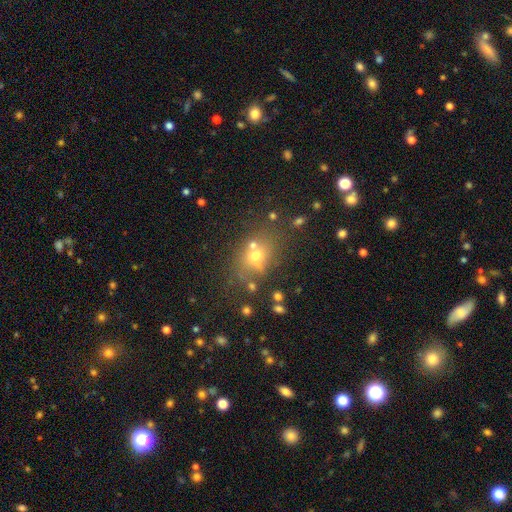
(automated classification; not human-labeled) Overall: smooth (59%; star or artifact 21%). How rounded: round (53%; in between 45%). Merging: none (57%; merger 22%).